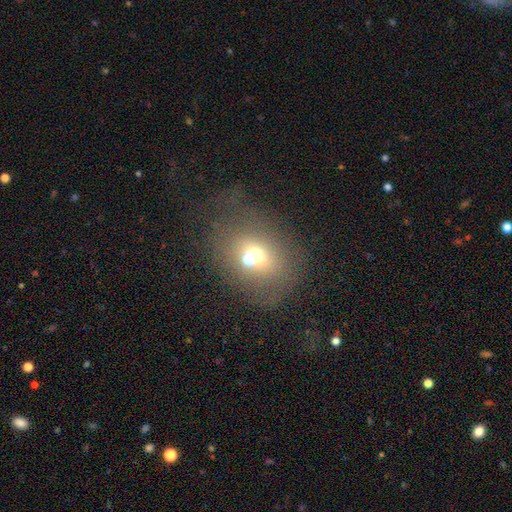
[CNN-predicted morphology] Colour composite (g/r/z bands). It shows a smooth galaxy with no disk features (56%) that is round (55%). Merging: merger (39%).